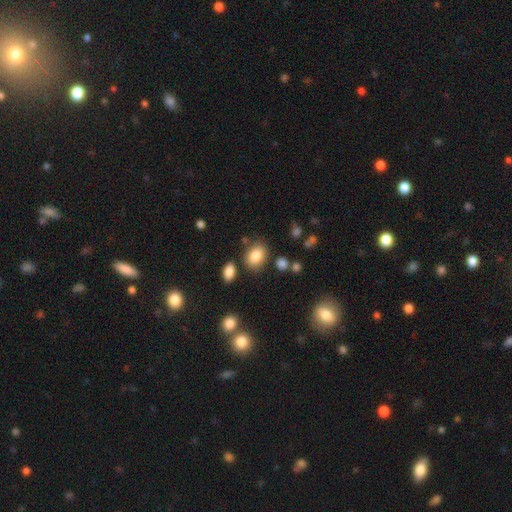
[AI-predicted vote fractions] Overall: smooth (84%). How rounded: in between (68%; round 31%). Merging: none (77%).